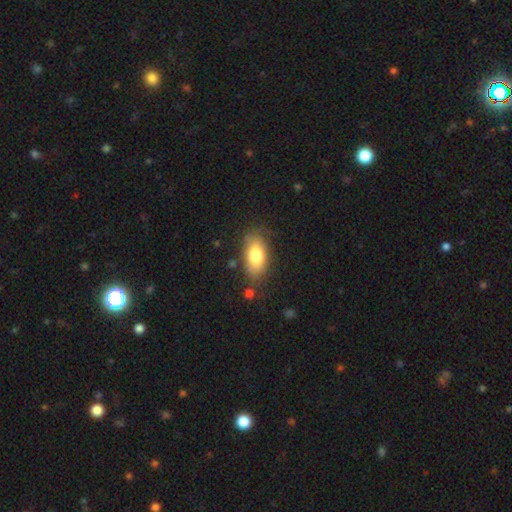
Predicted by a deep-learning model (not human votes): This is likely a smooth galaxy (78%). How rounded: clearly in between (90%). Merging: likely none (76%).